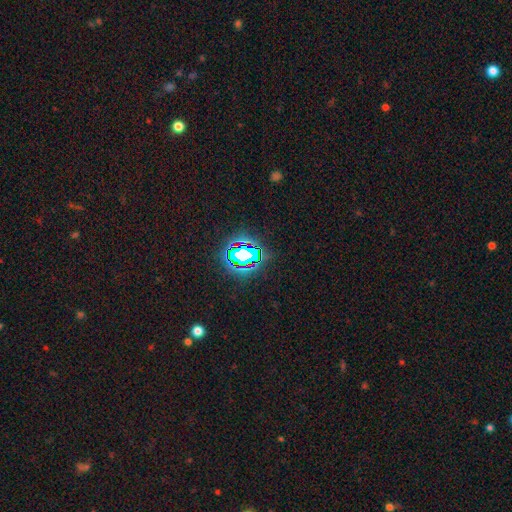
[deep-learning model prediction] Q: Smooth or featured?
A: star or artifact (80%); runner-up: smooth (13%)